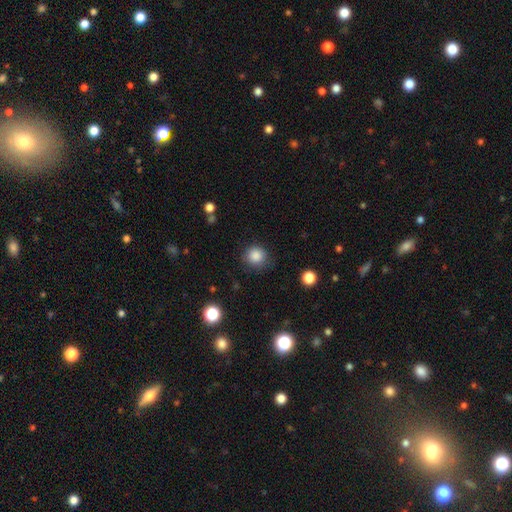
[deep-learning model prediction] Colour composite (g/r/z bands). It shows a smooth galaxy with no disk features (86%) that is round (89%). Merging: none (82%).